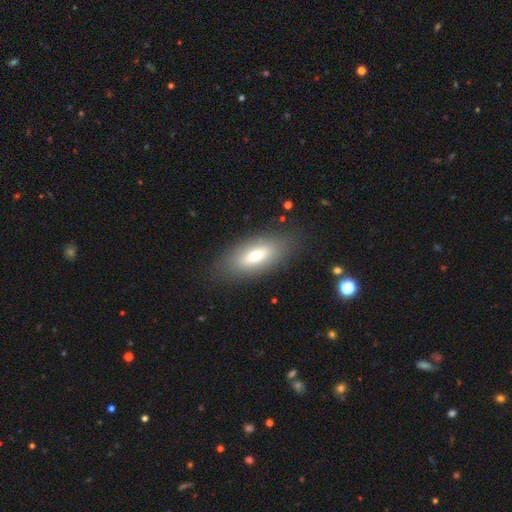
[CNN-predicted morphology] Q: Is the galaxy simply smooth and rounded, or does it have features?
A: smooth — 69%.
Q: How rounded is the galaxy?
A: in between — 82%.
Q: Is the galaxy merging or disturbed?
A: none — 83%.